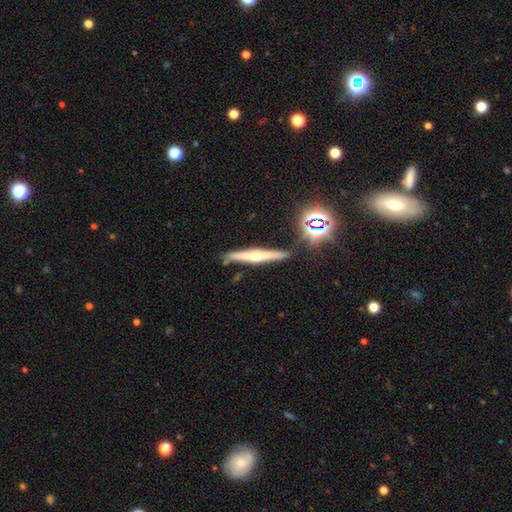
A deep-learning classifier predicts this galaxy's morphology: Smooth or featured?
  - featured or disk: 63% *
  - smooth: 25%
  - star or artifact: 12%
Edge-on disk?
  - yes: 96% *
  - no: 4%
Edge-on bulge?
  - rounded: 86% *
  - none: 9%
  - boxy: 5%
Merging?
  - none: 86% *
  - minor disturbance: 9%
  - merger: 3%
  - major disturbance: 2%